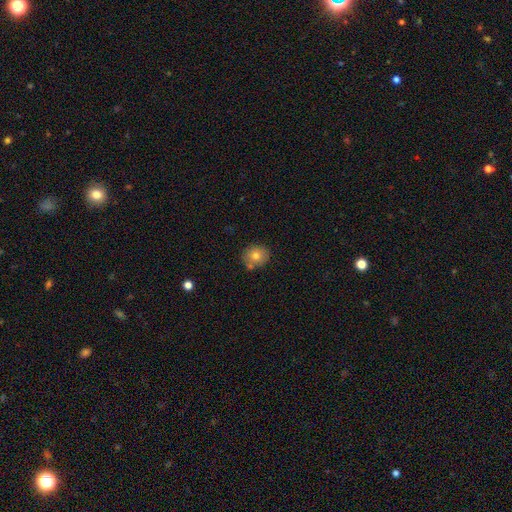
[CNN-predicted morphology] A smooth galaxy with no disk features (76%) that is round (76%).

Vote fractions:
- Smooth or featured? smooth: 76% / featured or disk: 14% / star or artifact: 10%
- How rounded? round: 76% / in between: 23% / cigar-shaped: 1%
- Merging? none: 73% / minor disturbance: 13% / merger: 12% / major disturbance: 3%